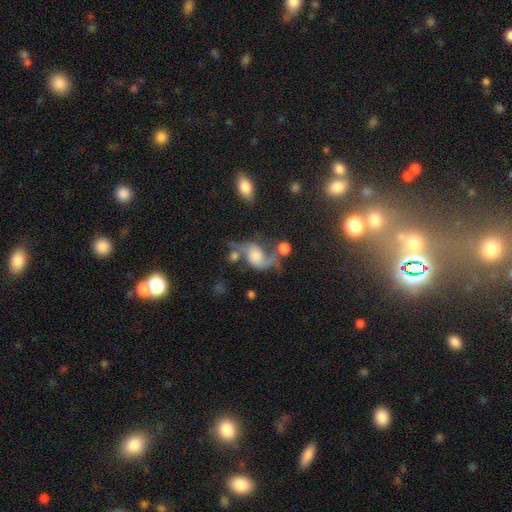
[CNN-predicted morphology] Smooth or featured? featured or disk (74%)
Edge-on disk? no (96%)
Bar? no (63%)
Spiral arms? yes (92%)
Spiral winding? loose (72%)
Spiral arm count? 2 (89%)
Bulge size? large (29%)
Merging? none (37%)